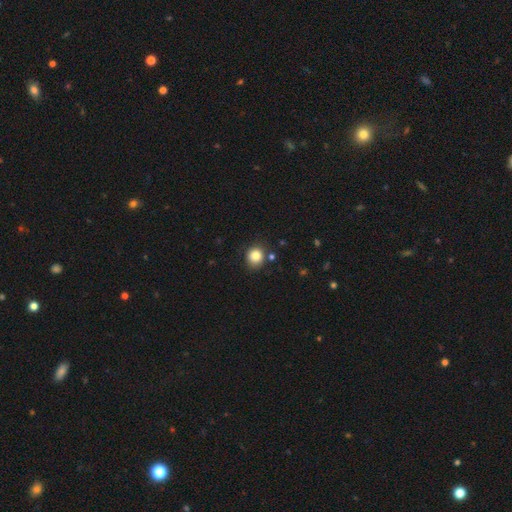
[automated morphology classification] Smooth or featured? Predicted: smooth (p=0.82). How rounded? Predicted: round (p=0.81). Merging? Predicted: none (p=0.82).